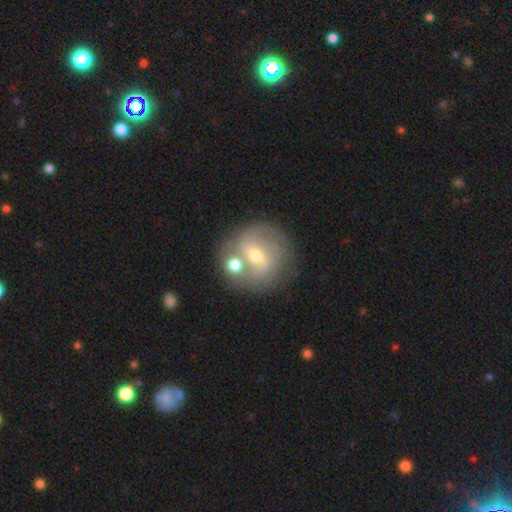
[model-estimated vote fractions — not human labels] The model was most divided on "bulge size": moderate: 57%, small: 36%, large: 4%, none: 2%, dominant: 1%. Remaining: edge-on disk — no (96%); spiral arms — yes (71%); smooth or featured — featured or disk (62%); merging — none (55%); bar — weak (49%).